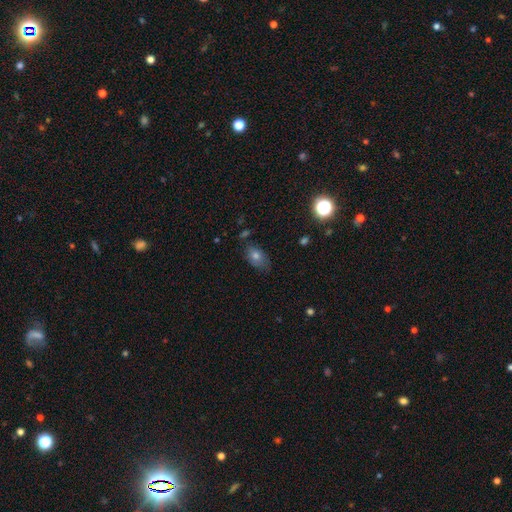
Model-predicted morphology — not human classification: Smooth or featured?
  - smooth: 68% *
  - featured or disk: 17%
  - star or artifact: 15%
How rounded?
  - in between: 83% *
  - round: 15%
  - cigar-shaped: 2%
Merging?
  - none: 67% *
  - minor disturbance: 24%
  - major disturbance: 6%
  - merger: 3%